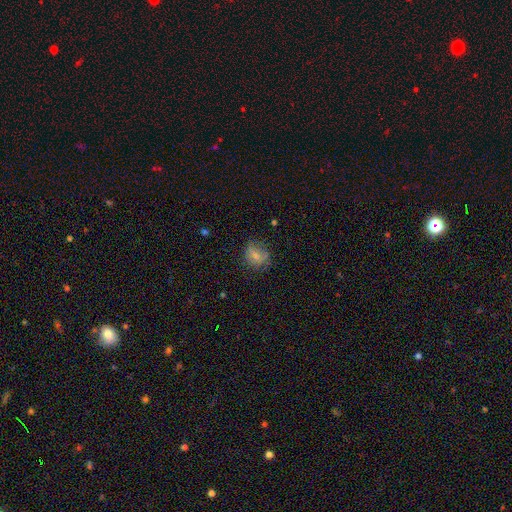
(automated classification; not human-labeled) smooth_or_featured: smooth (p=0.57) [alt: featured or disk p=0.27]
how_rounded: round (p=0.62) [alt: in between p=0.37]
merging: none (p=0.70) [alt: minor disturbance p=0.21]